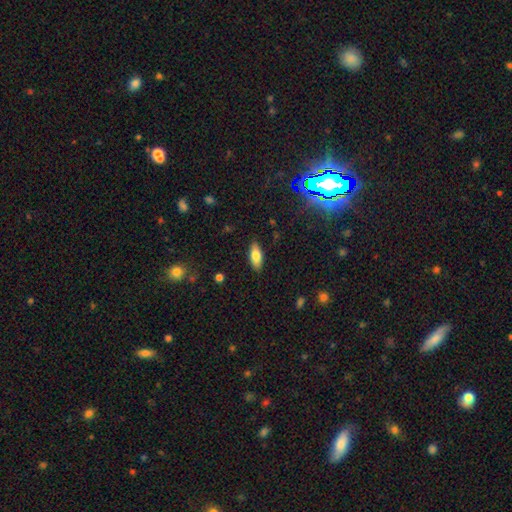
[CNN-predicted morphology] Smooth or featured? Predicted: smooth (p=0.78). How rounded? Predicted: in between (p=0.80). Merging? Predicted: none (p=0.88).